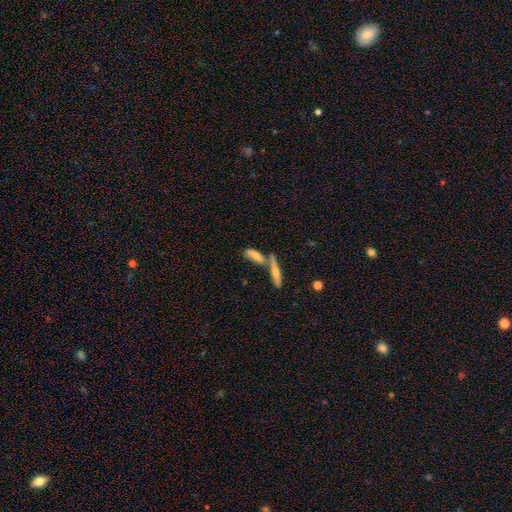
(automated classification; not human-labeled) This appears to be a smooth galaxy with no disk features (49%). Merging: merger (49%).